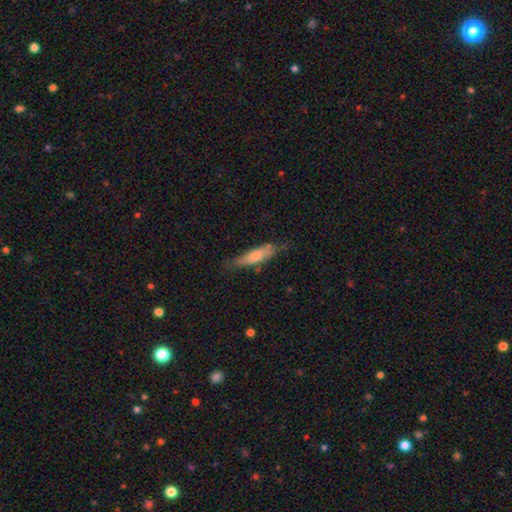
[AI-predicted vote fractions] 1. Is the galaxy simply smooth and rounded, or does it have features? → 70% smooth, 24% featured or disk, 6% star or artifact.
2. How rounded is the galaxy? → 65% cigar-shaped, 33% in between, 2% round.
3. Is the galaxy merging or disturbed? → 61% none, 27% minor disturbance, 8% major disturbance, 3% merger.